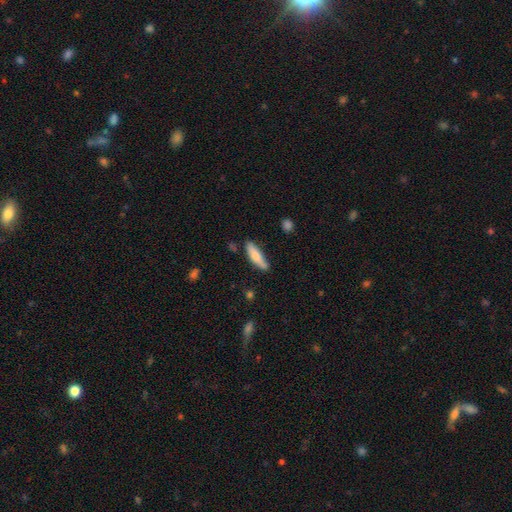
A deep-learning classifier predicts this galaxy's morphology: Smooth or featured? Predicted: smooth (p=0.73). How rounded? Predicted: cigar-shaped (p=0.66). Merging? Predicted: none (p=0.73).